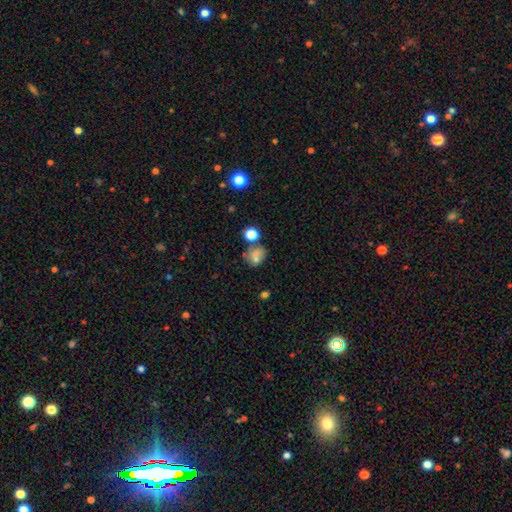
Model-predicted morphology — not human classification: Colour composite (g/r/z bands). It shows a smooth galaxy with no disk features (71%) that is round (68%). Merging: none (53%).